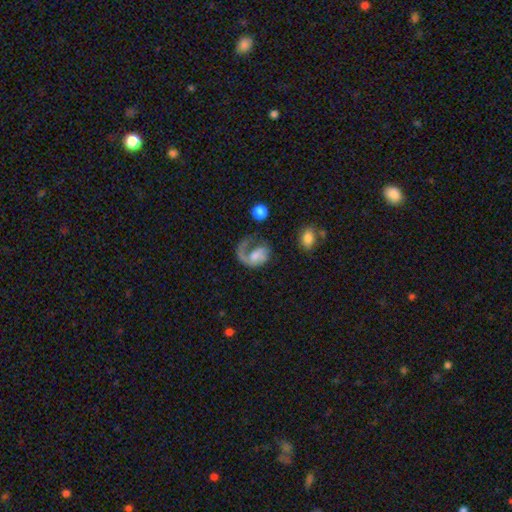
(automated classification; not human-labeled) A featured or disk galaxy (70%) with no bar (61%), 1 (86%) loose (51%) spiral arms (87%) and a small central bulge (33%).

Vote fractions:
- Smooth or featured? featured or disk: 70% / smooth: 23% / star or artifact: 7%
- Edge-on disk? no: 98% / yes: 2%
- Bar? no: 61% / weak: 32% / strong: 7%
- Spiral arms? yes: 87% / no: 13%
- Spiral winding? loose: 51% / medium: 34% / tight: 15%
- Spiral arm count? 1: 86% / 2: 8% / can't tell: 3% / 3: 1% / 4: 1% / more than 4: 1%
- Bulge size? small: 33% / moderate: 31% / none: 25% / large: 9% / dominant: 3%
- Merging? major disturbance: 49% / none: 32% / minor disturbance: 13% / merger: 6%